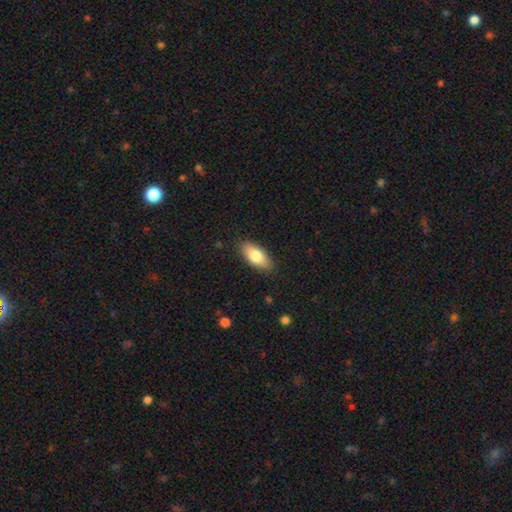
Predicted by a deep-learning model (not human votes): A smooth galaxy with no disk features (78%) that is in between round and cigar-shaped (85%). Merging: none (87%).